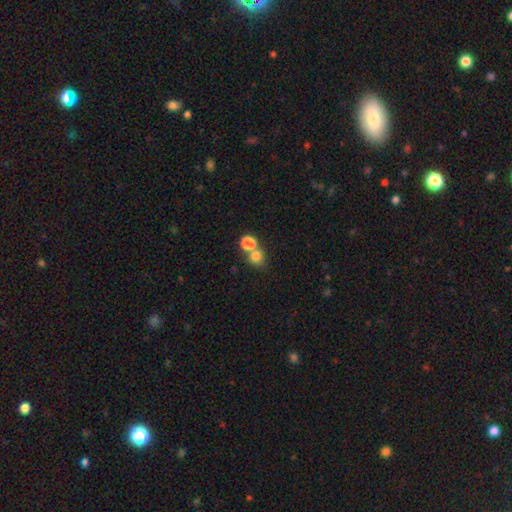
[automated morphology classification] This appears to be a smooth galaxy with no disk features (77%) that is round (72%). Merging: merger (49%).